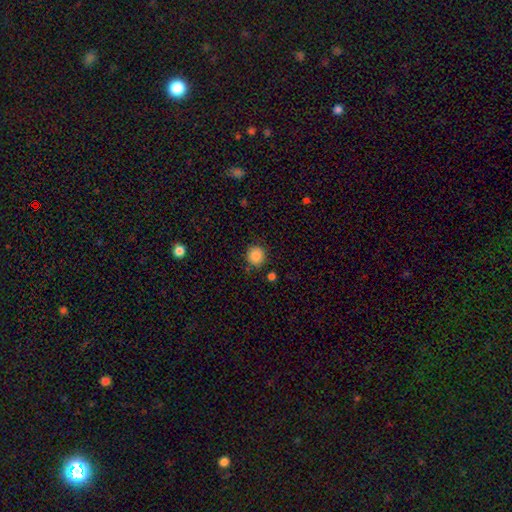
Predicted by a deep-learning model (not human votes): This is clearly a smooth galaxy (87%). How rounded: clearly round (91%). Merging: clearly none (86%).